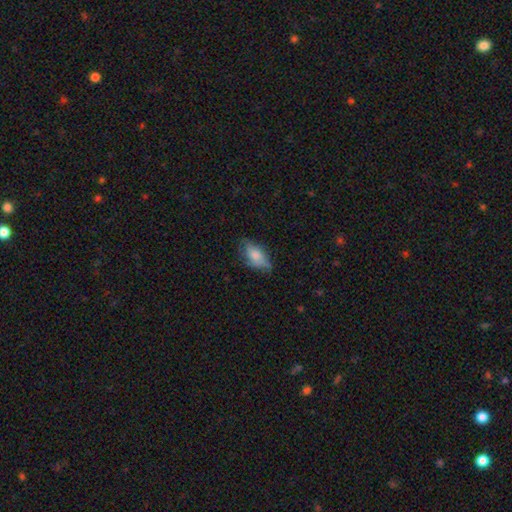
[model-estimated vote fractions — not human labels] Smooth or featured: smooth — 70% (featured or disk — 23%)
How rounded: in between — 90% (cigar-shaped — 6%)
Merging: none — 56% (minor disturbance — 32%)